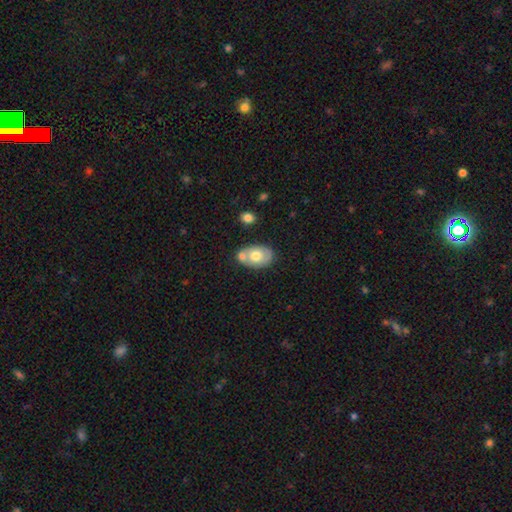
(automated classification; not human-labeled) The model was most divided on "merging": none: 44%, merger: 35%, minor disturbance: 16%, major disturbance: 5%. More confident: how rounded — in between (81%); smooth or featured — smooth (58%).